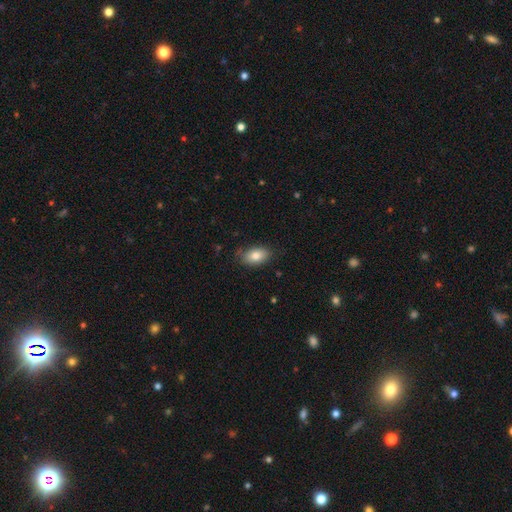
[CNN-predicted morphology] A smooth galaxy with no disk features (82%) that is in between round and cigar-shaped (90%). Merging: none (80%).